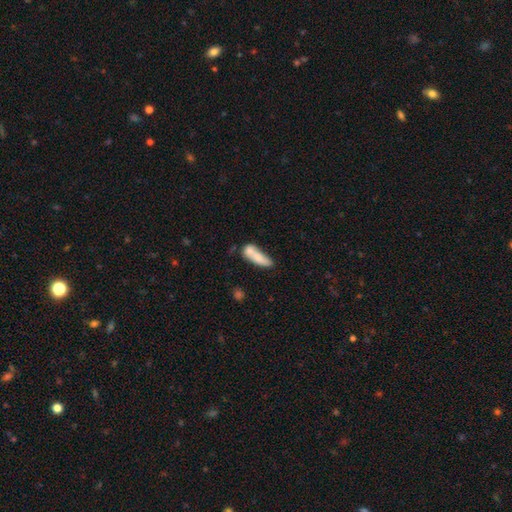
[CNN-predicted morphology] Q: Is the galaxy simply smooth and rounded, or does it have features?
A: smooth — 73%.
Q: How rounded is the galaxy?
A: in between — 50%.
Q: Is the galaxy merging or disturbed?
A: merger — 37%.